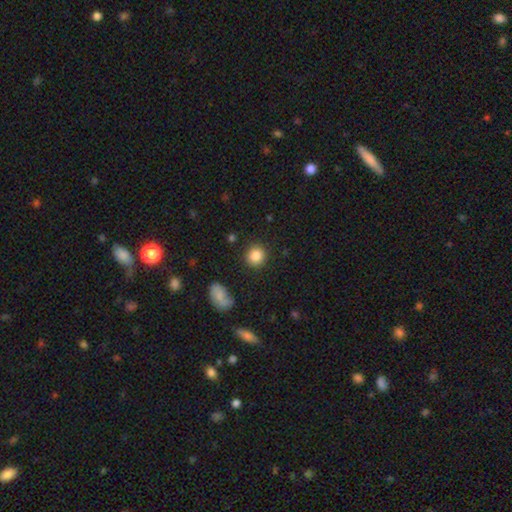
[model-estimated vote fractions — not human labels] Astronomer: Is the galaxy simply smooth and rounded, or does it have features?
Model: smooth — 86%.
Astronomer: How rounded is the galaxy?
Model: round — 89%.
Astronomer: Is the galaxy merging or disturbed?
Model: none — 89%.